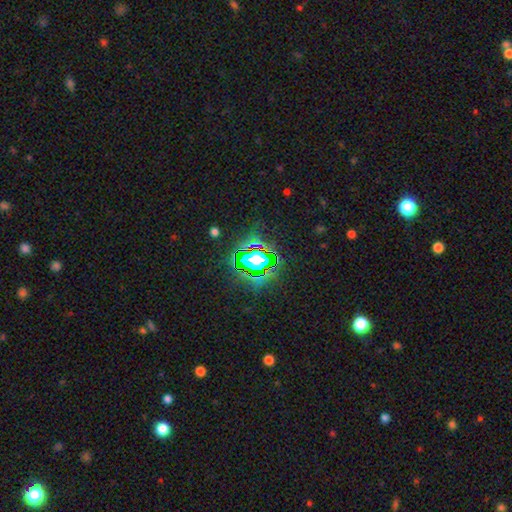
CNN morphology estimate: This appears to be a star or artifact, not a galaxy (79%).